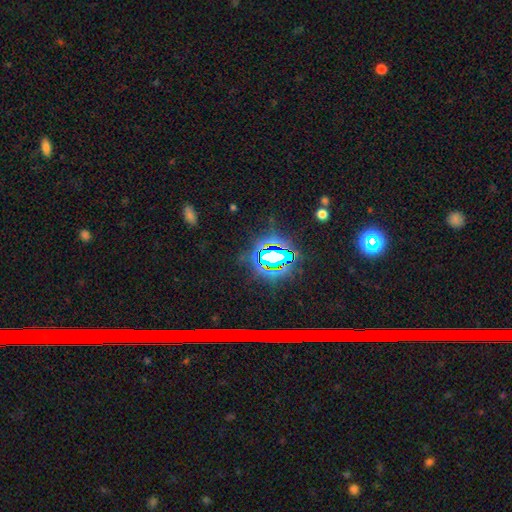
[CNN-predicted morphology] Smooth or featured: star or artifact — 78% (smooth — 13%)